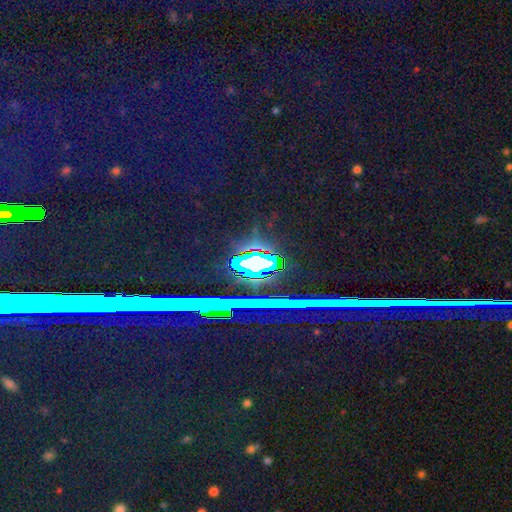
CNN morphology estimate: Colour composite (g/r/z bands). It shows a star or artifact, not a galaxy (83%).